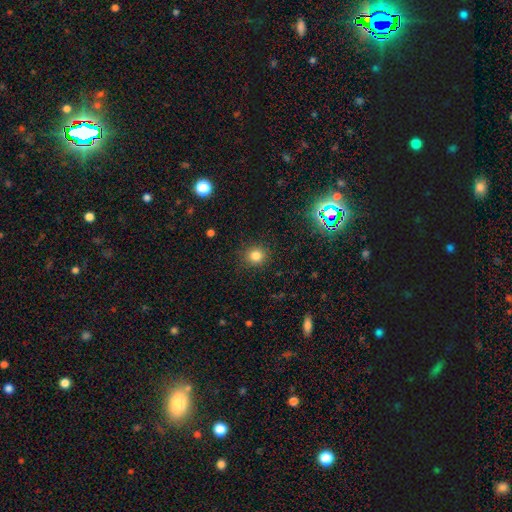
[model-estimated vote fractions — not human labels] Q: Smooth or featured?
A: smooth (81%); runner-up: star or artifact (14%)
Q: How rounded?
A: round (88%); runner-up: in between (11%)
Q: Merging?
A: none (89%); runner-up: minor disturbance (7%)